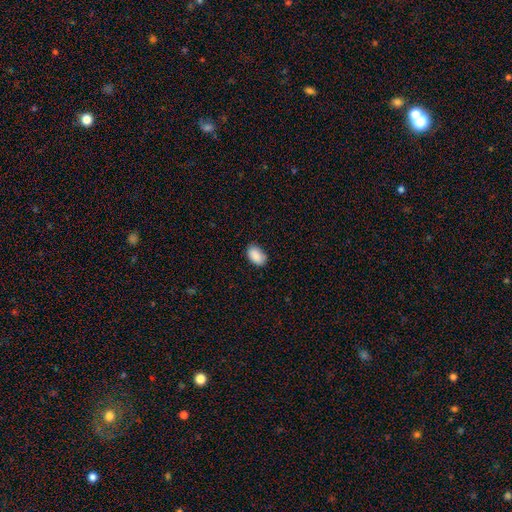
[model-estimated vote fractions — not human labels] smooth_or_featured: smooth (p=0.90) [alt: star or artifact p=0.07]
how_rounded: in between (p=0.91) [alt: round p=0.07]
merging: none (p=0.80) [alt: minor disturbance p=0.16]